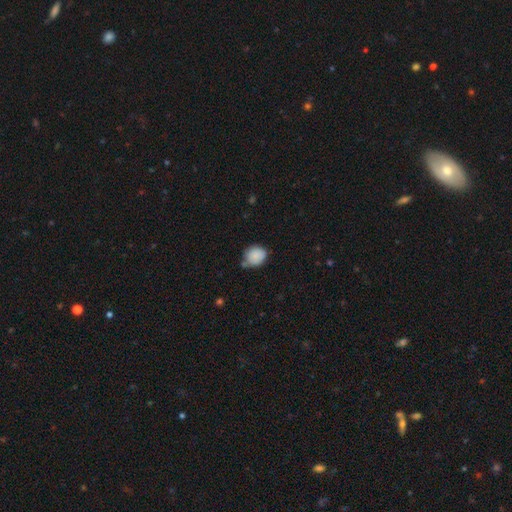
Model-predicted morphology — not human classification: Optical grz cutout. It shows a smooth galaxy with no disk features (86%) that is round (70%). Merging: none (56%).